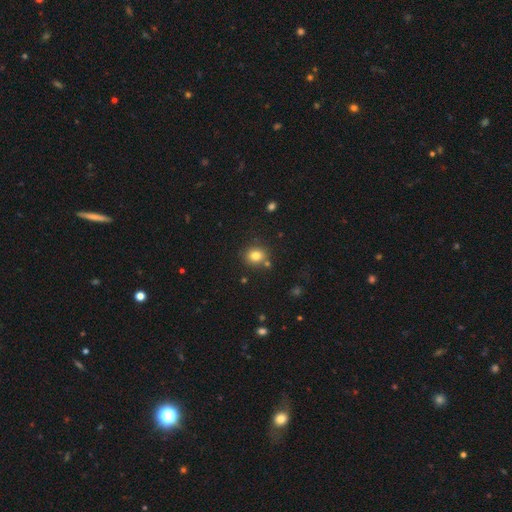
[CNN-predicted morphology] Q: Smooth or featured?
A: smooth (80%); runner-up: star or artifact (13%)
Q: How rounded?
A: round (75%); runner-up: in between (25%)
Q: Merging?
A: none (79%); runner-up: minor disturbance (10%)